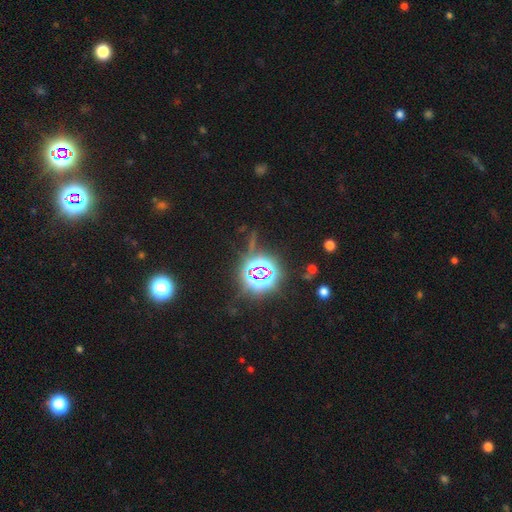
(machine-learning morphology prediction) smooth_or_featured: star or artifact (p=0.80) [alt: smooth p=0.13]